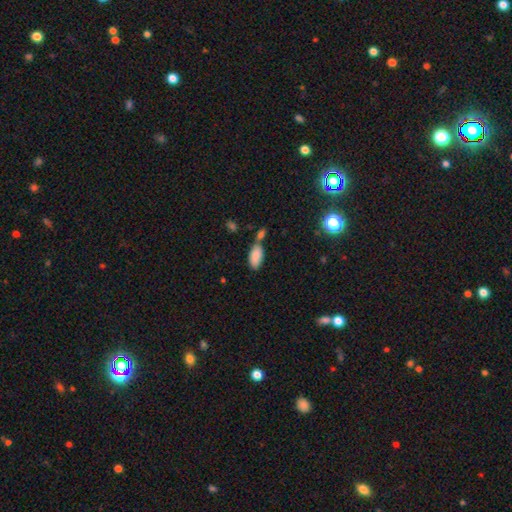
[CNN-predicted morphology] Smooth or featured?
  - smooth: 86% *
  - star or artifact: 8%
  - featured or disk: 7%
How rounded?
  - in between: 92% *
  - cigar-shaped: 6%
  - round: 2%
Merging?
  - none: 48% *
  - merger: 32%
  - minor disturbance: 15%
  - major disturbance: 5%